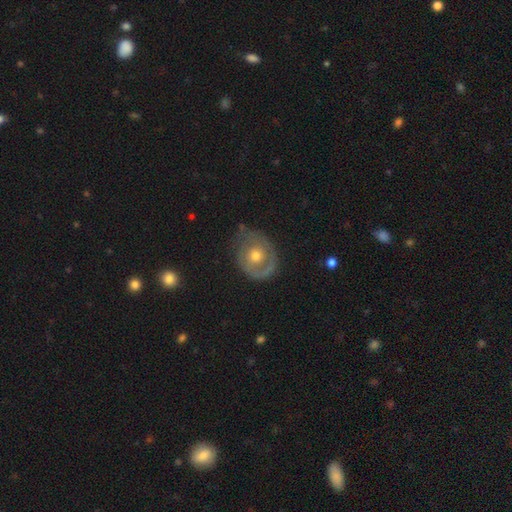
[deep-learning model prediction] Smooth or featured? Predicted: featured or disk (p=0.64). Edge-on disk? Predicted: no (p=0.96). Bar? Predicted: no (p=0.84). Spiral arms? Predicted: yes (p=0.63). Bulge size? Predicted: moderate (p=0.68). Merging? Predicted: none (p=0.61).